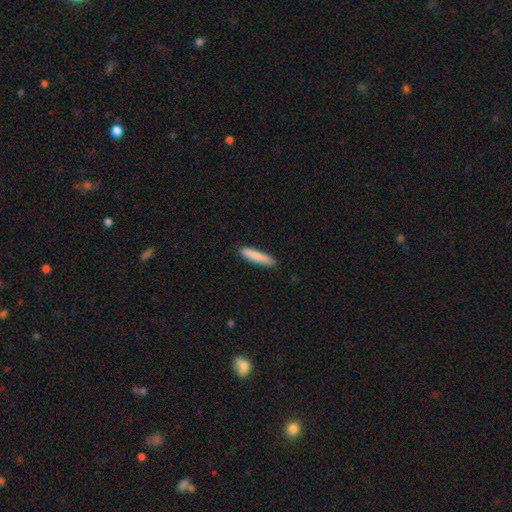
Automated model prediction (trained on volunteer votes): smooth_or_featured: smooth (p=0.86) [alt: featured or disk p=0.09]
how_rounded: cigar-shaped (p=0.88) [alt: in between p=0.11]
merging: none (p=0.88) [alt: minor disturbance p=0.09]